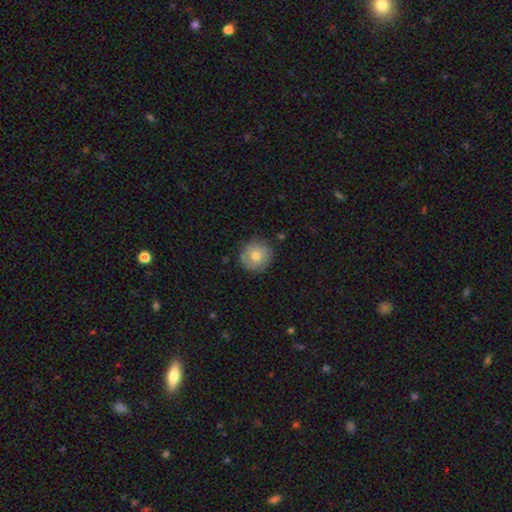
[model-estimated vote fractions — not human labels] Smooth or featured: smooth — 67% (featured or disk — 25%)
How rounded: round — 92% (in between — 7%)
Merging: none — 81% (minor disturbance — 14%)